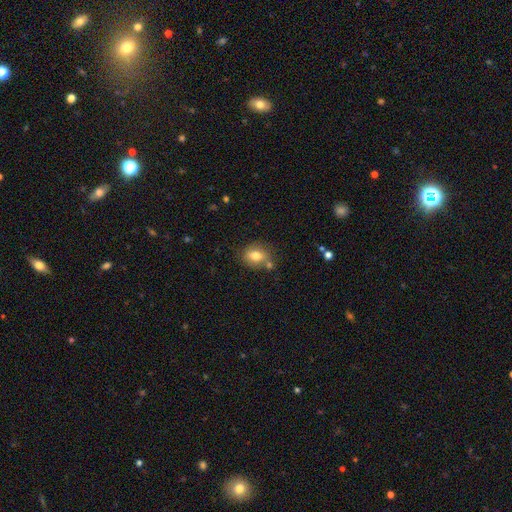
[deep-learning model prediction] smooth-or-featured: smooth: 76% | featured or disk: 14% | star or artifact: 10%
  how-rounded: in between: 51% | round: 48% | cigar-shaped: 1%
  merging: none: 66% | minor disturbance: 16% | merger: 14% | major disturbance: 4%